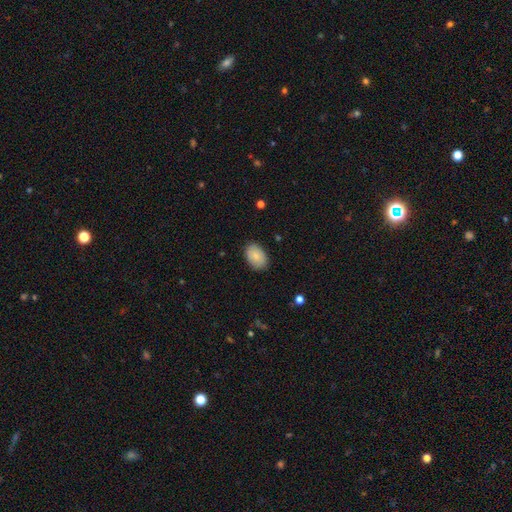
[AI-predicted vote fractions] Smooth or featured?
  - smooth: 83% *
  - featured or disk: 10%
  - star or artifact: 7%
How rounded?
  - in between: 86% *
  - round: 13%
  - cigar-shaped: 1%
Merging?
  - none: 85% *
  - minor disturbance: 12%
  - major disturbance: 2%
  - merger: 1%